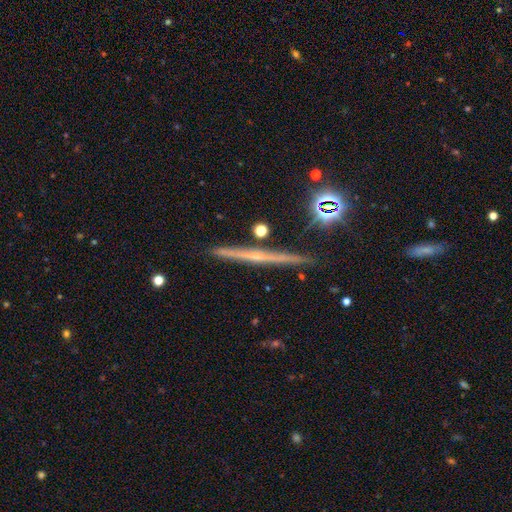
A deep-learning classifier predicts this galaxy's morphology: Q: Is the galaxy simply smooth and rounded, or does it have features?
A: featured or disk — 65%.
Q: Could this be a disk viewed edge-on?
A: yes — 97%.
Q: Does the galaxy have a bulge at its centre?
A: none — 57%.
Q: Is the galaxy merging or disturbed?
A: none — 87%.